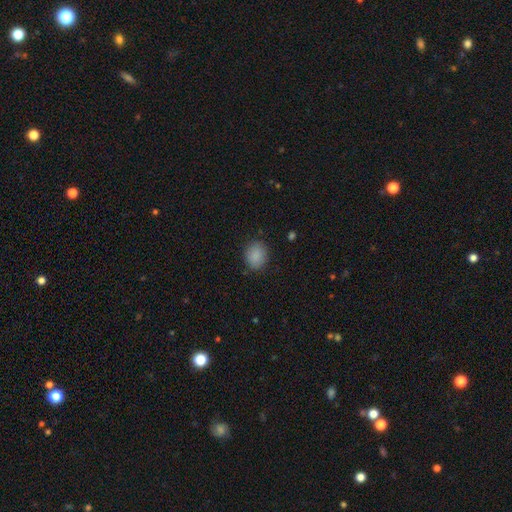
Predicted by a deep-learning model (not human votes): Overall: smooth (87%). How rounded: round (58%; in between 41%). Merging: none (84%).